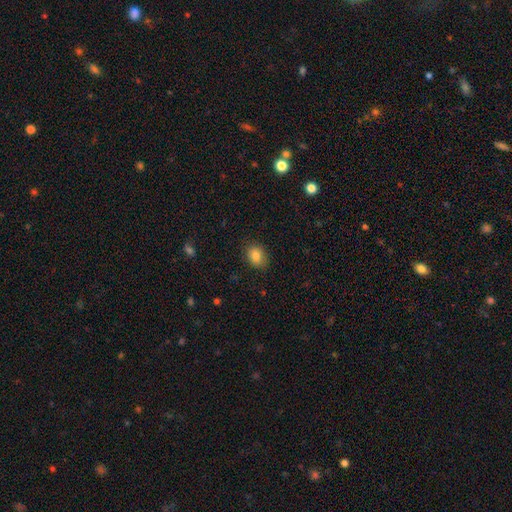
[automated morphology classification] smooth 84%, star or artifact 9%, featured or disk 7%. Down the decision tree: how rounded — in between (61%); merging — none (84%).